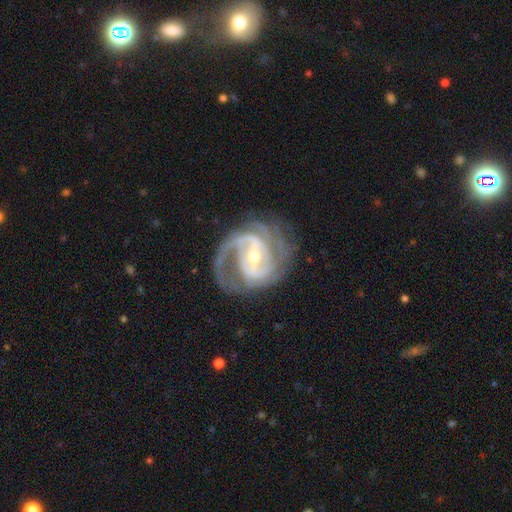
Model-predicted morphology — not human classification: Smooth or featured? featured or disk (91%)
Edge-on disk? no (98%)
Bar? weak (45%)
Spiral arms? yes (98%)
Spiral winding? medium (46%)
Spiral arm count? 2 (61%)
Bulge size? small (57%)
Merging? none (70%)